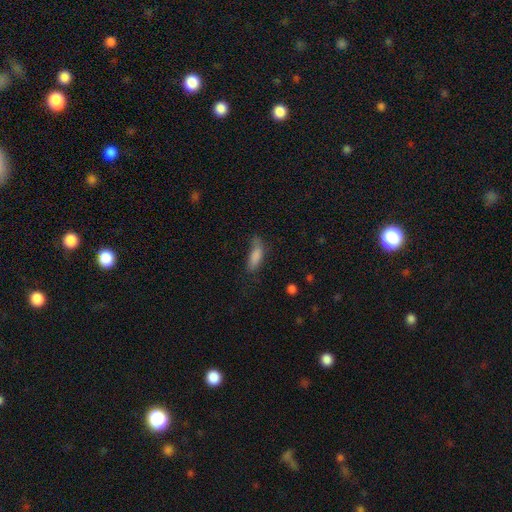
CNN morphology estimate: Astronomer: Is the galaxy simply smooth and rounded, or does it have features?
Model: smooth — 81%.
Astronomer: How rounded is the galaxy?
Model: in between — 60% (runner-up: cigar-shaped, 37%).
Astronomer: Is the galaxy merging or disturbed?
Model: none — 51% (runner-up: minor disturbance, 31%).